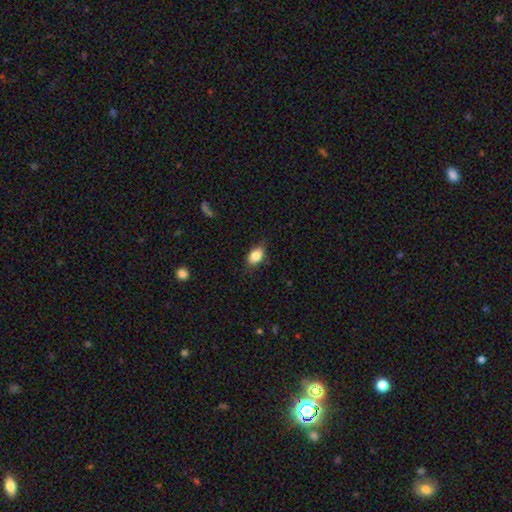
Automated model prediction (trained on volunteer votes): smooth-or-featured: smooth: 84% | featured or disk: 9% | star or artifact: 8%
  how-rounded: in between: 87% | round: 11% | cigar-shaped: 2%
  merging: none: 79% | minor disturbance: 17% | major disturbance: 3% | merger: 1%